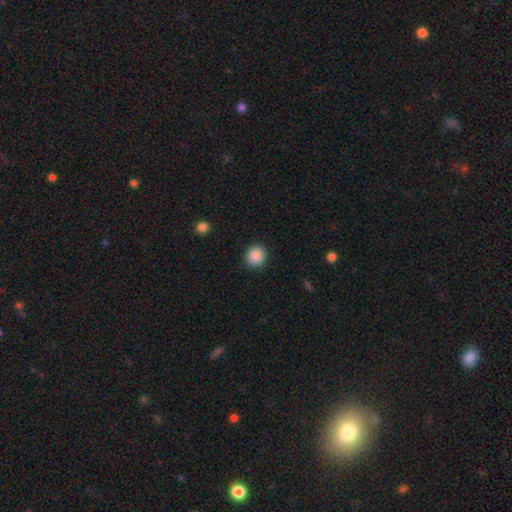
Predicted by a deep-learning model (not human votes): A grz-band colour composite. It shows a smooth galaxy with no disk features (89%) that is round (82%). Merging: none (88%).